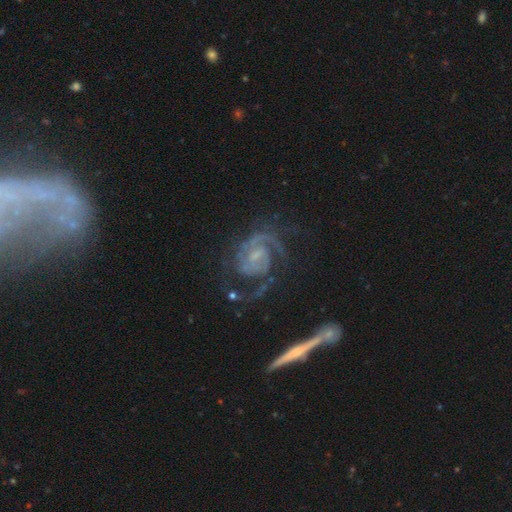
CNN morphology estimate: The model was most divided on "bar": weak: 42%, no: 40%, strong: 17%. More confident: spiral arms — yes (97%); edge-on disk — no (96%); smooth or featured — featured or disk (90%); spiral arm count — 2 (72%); merging — none (62%); bulge size — small (58%); spiral winding — tight (53%).